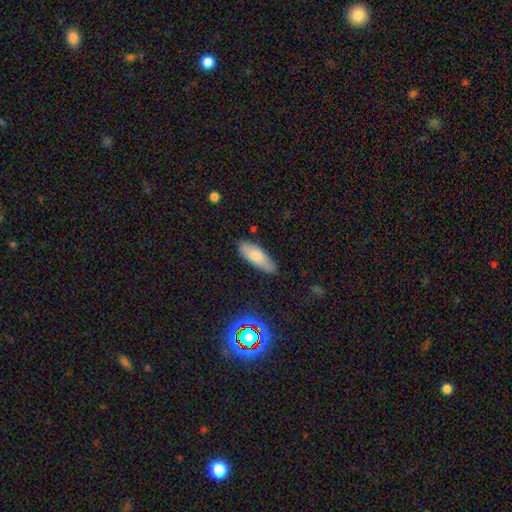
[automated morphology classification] smooth_or_featured: smooth (p=0.74) [alt: featured or disk p=0.18]
how_rounded: in between (p=0.70) [alt: cigar-shaped p=0.28]
merging: none (p=0.81) [alt: minor disturbance p=0.15]